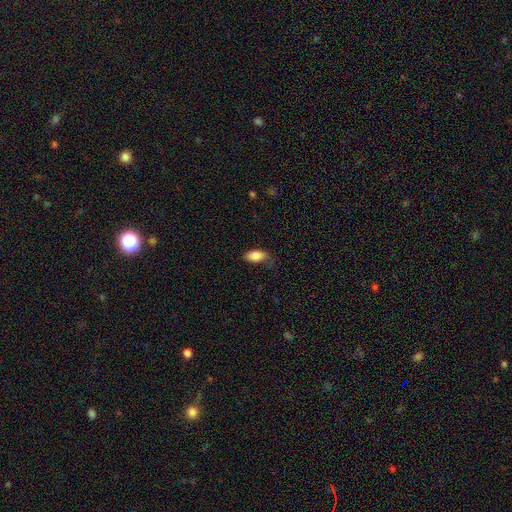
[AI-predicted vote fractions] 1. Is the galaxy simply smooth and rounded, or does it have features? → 85% smooth, 8% featured or disk, 7% star or artifact.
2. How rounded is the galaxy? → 92% in between, 5% cigar-shaped, 4% round.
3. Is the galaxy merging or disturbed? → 62% none, 28% minor disturbance, 9% major disturbance, 1% merger.